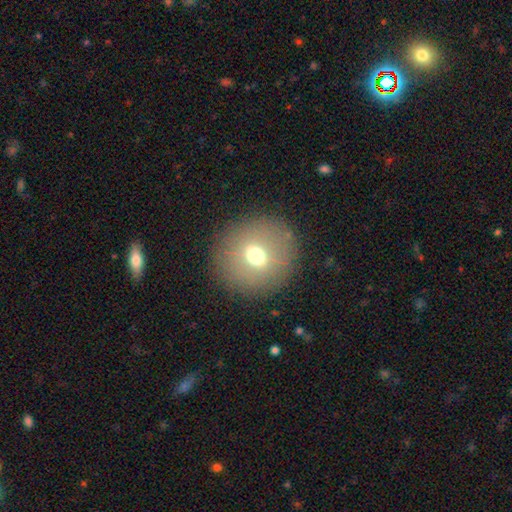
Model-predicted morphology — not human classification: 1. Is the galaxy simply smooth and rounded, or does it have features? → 58% smooth, 27% featured or disk, 15% star or artifact.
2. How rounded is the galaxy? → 87% round, 12% in between, 1% cigar-shaped.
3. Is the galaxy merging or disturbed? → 87% none, 7% minor disturbance, 4% major disturbance, 1% merger.